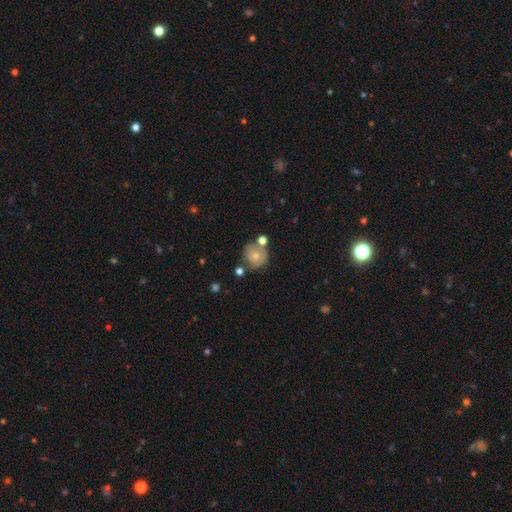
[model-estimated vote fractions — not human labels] Smooth or featured: smooth — 60% (featured or disk — 31%)
How rounded: round — 87% (in between — 12%)
Merging: none — 60% (minor disturbance — 18%)